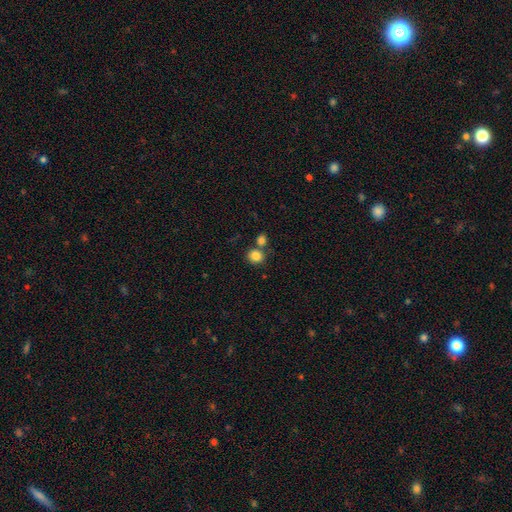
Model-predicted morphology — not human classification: A smooth galaxy with no disk features (84%) that is round (78%).

Vote fractions:
- Smooth or featured? smooth: 84% / star or artifact: 10% / featured or disk: 6%
- How rounded? round: 78% / in between: 21% / cigar-shaped: 1%
- Merging? none: 63% / merger: 25% / minor disturbance: 9% / major disturbance: 3%